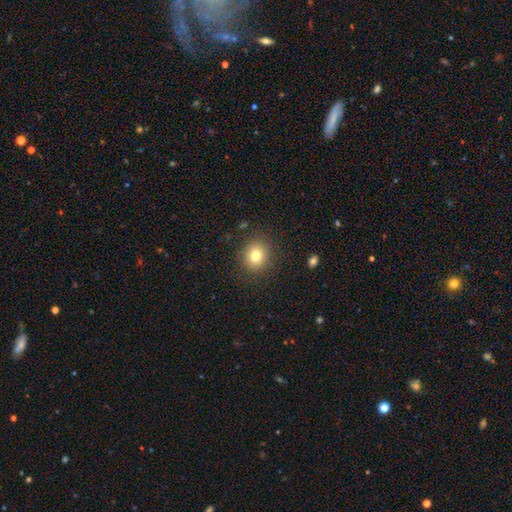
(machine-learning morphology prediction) smooth_or_featured: smooth (p=0.78) [alt: star or artifact p=0.12]
how_rounded: round (p=0.80) [alt: in between p=0.19]
merging: none (p=0.87) [alt: minor disturbance p=0.08]